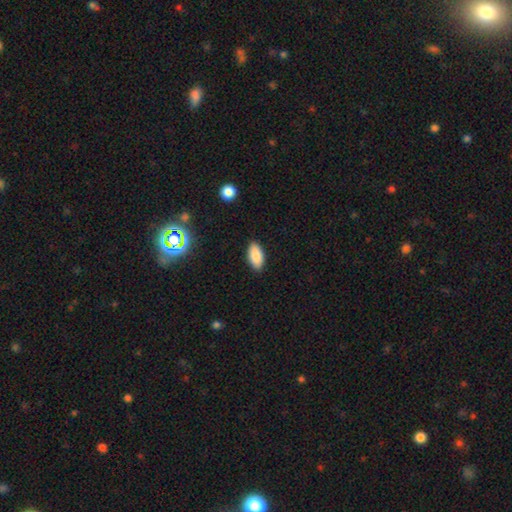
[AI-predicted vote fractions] Overall: smooth (86%). How rounded: in between (92%). Merging: none (88%).